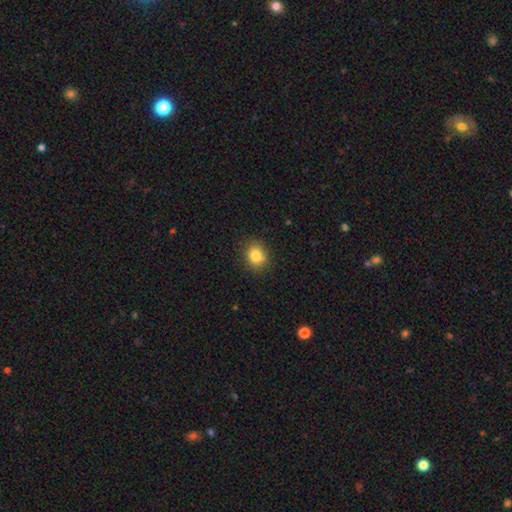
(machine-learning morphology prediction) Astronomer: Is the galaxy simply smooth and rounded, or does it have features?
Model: smooth — 82%.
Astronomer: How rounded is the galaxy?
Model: round — 65%.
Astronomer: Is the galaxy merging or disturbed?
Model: none — 82%.